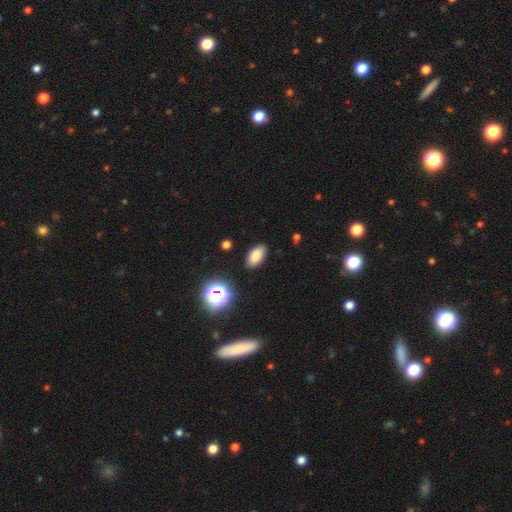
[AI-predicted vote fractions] This is clearly a smooth galaxy (83%). How rounded: clearly in between (92%). Merging: clearly none (87%).